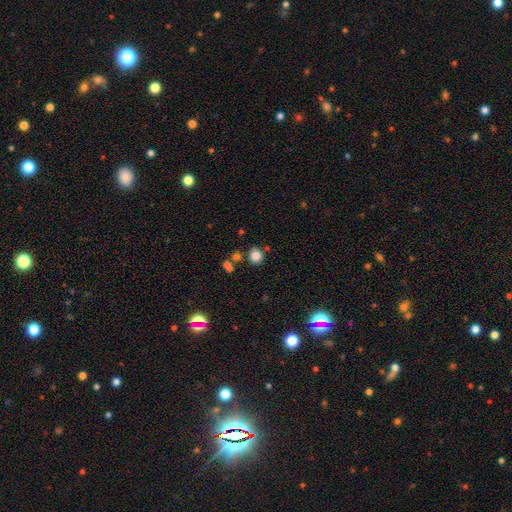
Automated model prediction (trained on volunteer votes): Smooth or featured? Predicted: smooth (p=0.83). How rounded? Predicted: round (p=0.84). Merging? Predicted: none (p=0.77).